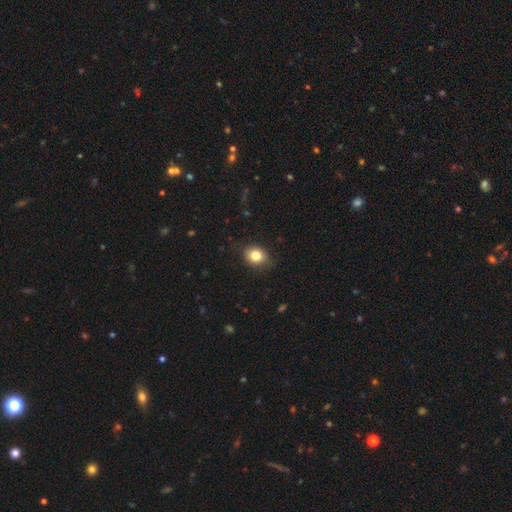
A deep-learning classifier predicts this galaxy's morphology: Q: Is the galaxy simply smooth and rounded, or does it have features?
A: smooth — 82%.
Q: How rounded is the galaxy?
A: round — 56%.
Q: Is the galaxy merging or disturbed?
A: none — 83%.